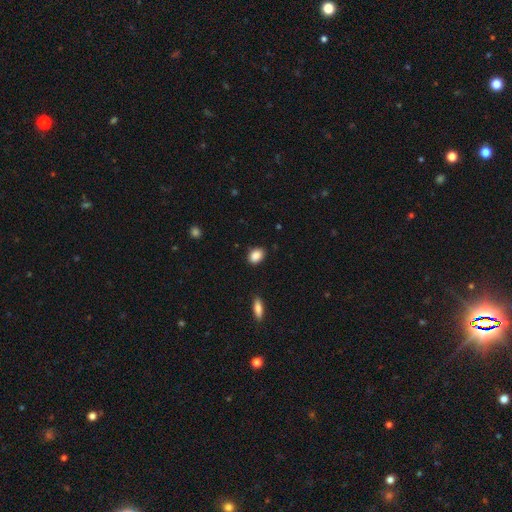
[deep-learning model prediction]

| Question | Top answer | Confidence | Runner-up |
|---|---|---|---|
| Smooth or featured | smooth | 88% | star or artifact (8%) |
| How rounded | in between | 69% | round (30%) |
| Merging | none | 86% | minor disturbance (10%) |